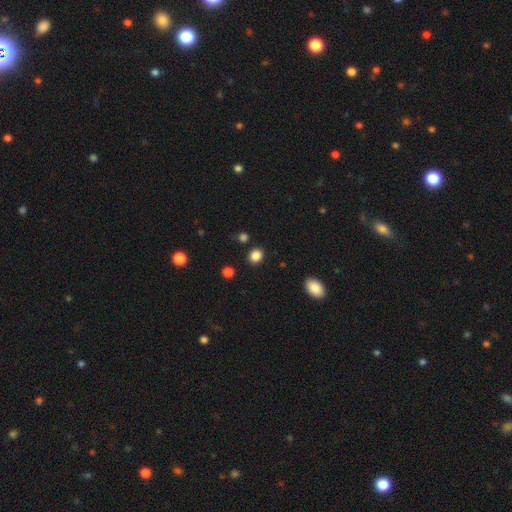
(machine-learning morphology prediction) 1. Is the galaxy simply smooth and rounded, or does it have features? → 85% smooth, 12% star or artifact, 3% featured or disk.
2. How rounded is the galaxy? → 67% round, 32% in between, 1% cigar-shaped.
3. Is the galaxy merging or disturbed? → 87% none, 8% minor disturbance, 3% merger, 3% major disturbance.